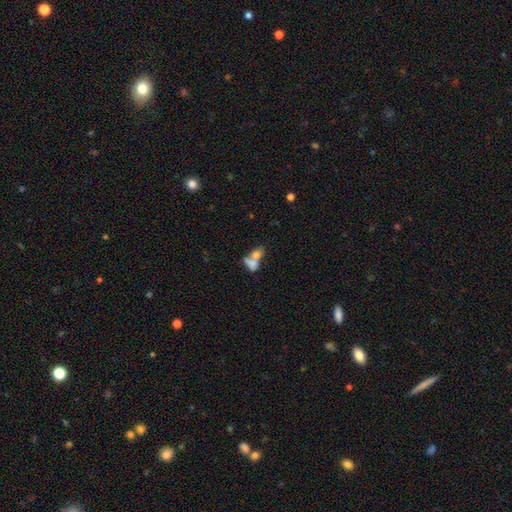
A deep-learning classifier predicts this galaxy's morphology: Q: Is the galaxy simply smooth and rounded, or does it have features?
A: smooth — 67%.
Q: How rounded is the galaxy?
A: in between — 74%.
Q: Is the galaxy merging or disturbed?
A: merger — 70%.